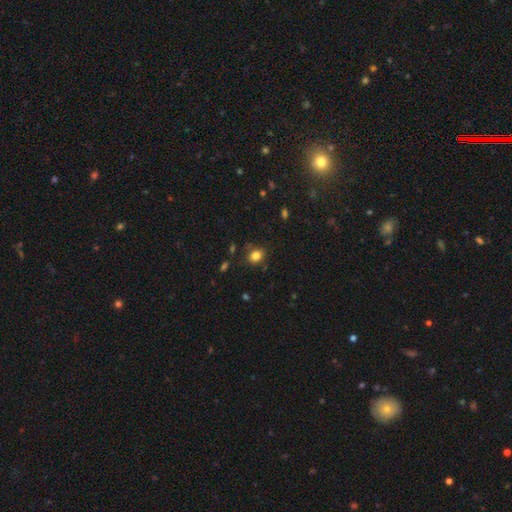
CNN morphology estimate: A smooth galaxy with no disk features (82%) that is round (57%). Merging: none (79%).